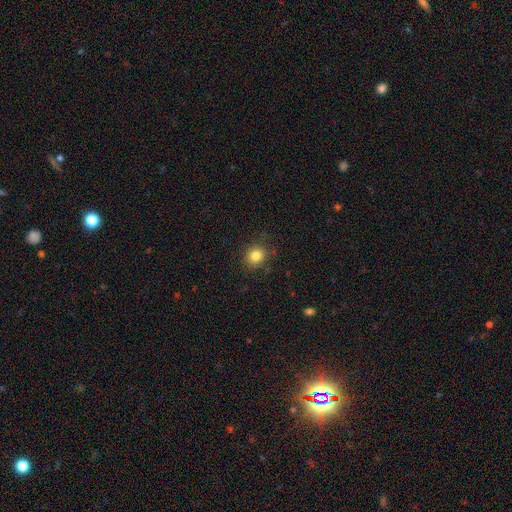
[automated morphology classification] Smooth or featured? smooth (83%)
How rounded? round (79%)
Merging? none (86%)